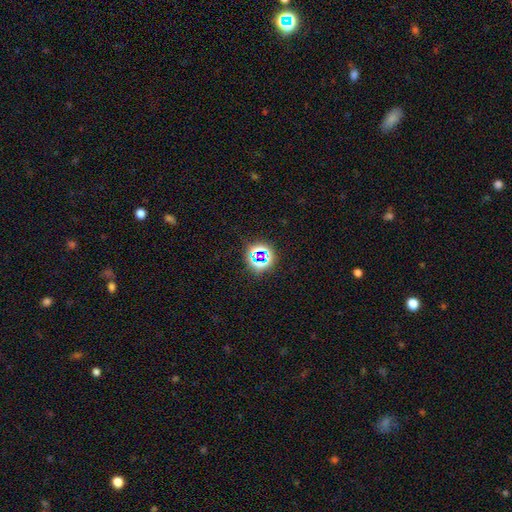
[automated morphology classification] This appears to be a star or artifact, not a galaxy (67%).